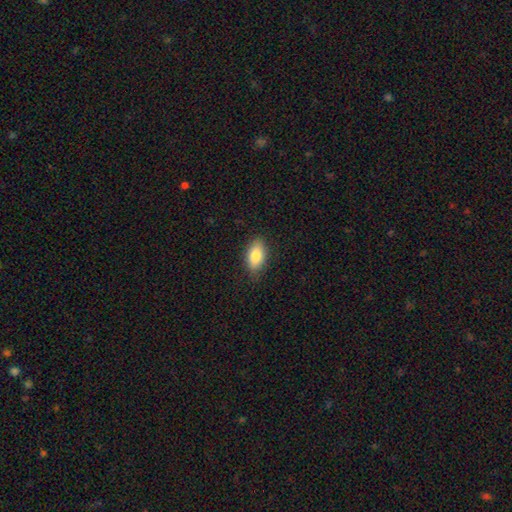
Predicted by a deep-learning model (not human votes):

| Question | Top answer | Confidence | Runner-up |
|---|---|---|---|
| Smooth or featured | smooth | 83% | featured or disk (10%) |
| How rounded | in between | 90% | cigar-shaped (5%) |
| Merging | none | 84% | minor disturbance (13%) |